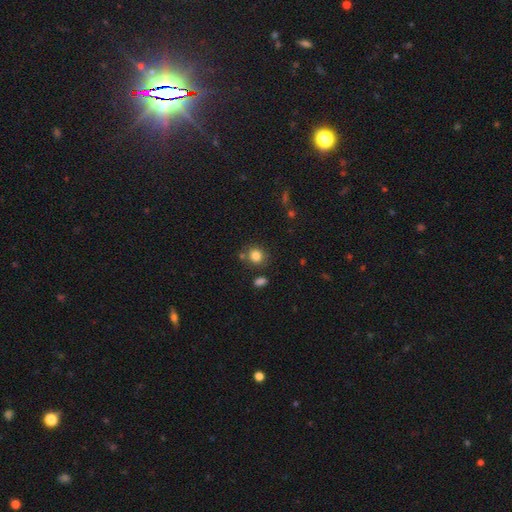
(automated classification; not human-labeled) A smooth galaxy with no disk features (83%) that is round (80%).

Vote fractions:
- Smooth or featured? smooth: 83% / star or artifact: 11% / featured or disk: 6%
- How rounded? round: 80% / in between: 19% / cigar-shaped: 1%
- Merging? none: 75% / minor disturbance: 12% / merger: 9% / major disturbance: 4%